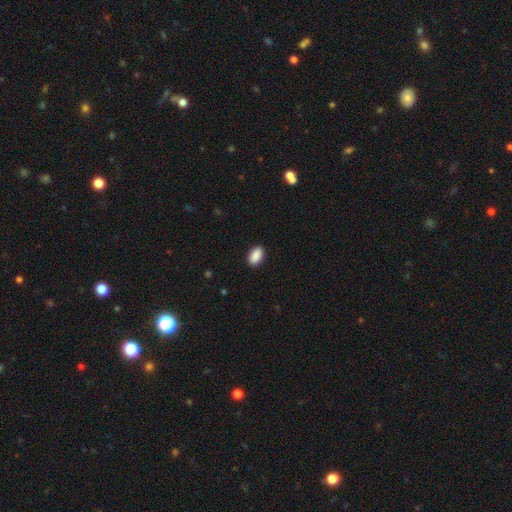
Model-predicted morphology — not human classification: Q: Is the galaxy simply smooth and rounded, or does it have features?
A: smooth — 91%.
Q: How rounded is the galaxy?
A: in between — 92%.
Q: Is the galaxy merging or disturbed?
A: none — 90%.